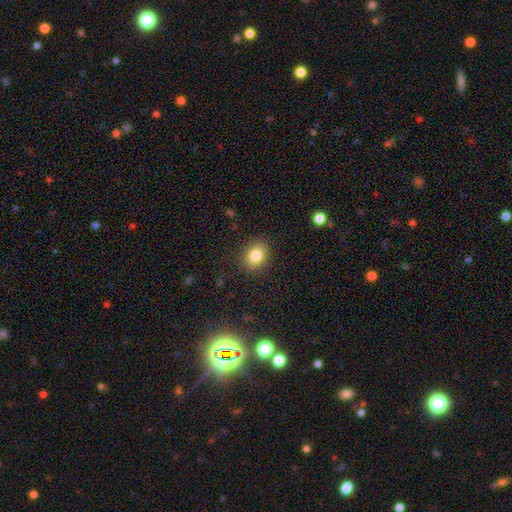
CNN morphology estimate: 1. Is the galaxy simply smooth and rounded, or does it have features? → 83% smooth, 10% star or artifact, 8% featured or disk.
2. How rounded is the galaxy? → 51% round, 48% in between, 1% cigar-shaped.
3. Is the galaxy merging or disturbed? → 87% none, 9% minor disturbance, 3% major disturbance, 1% merger.